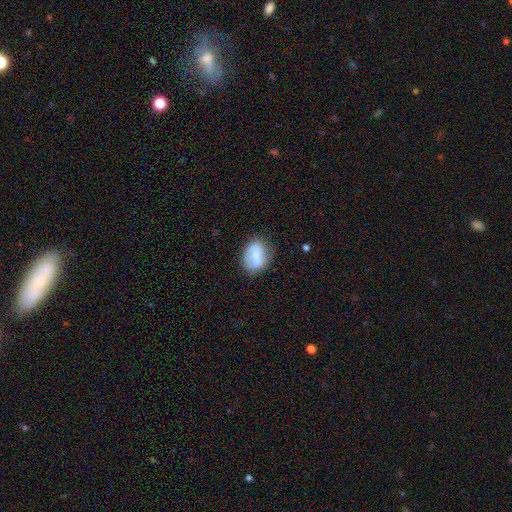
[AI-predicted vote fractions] Q: Smooth or featured?
A: smooth (65%); runner-up: featured or disk (28%)
Q: How rounded?
A: in between (75%); runner-up: round (23%)
Q: Merging?
A: none (69%); runner-up: minor disturbance (22%)